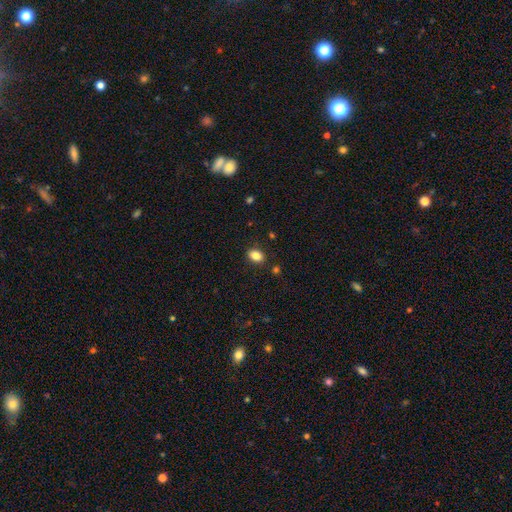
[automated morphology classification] This is clearly a smooth galaxy (84%). How rounded: likely in between (79%). Merging: clearly none (86%).